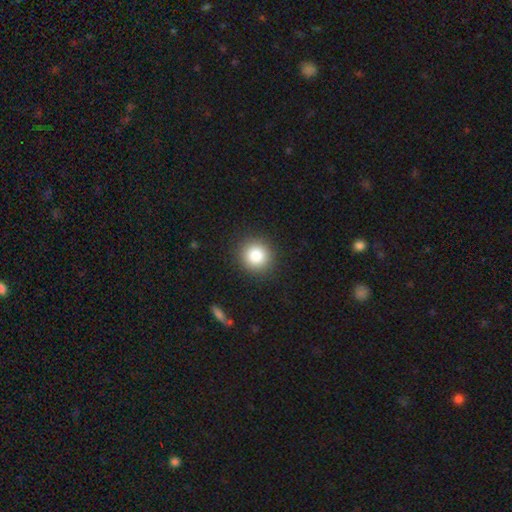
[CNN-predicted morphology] The model was most divided on "smooth or featured": smooth: 85%, star or artifact: 10%, featured or disk: 5%. More confident: how rounded — round (92%); merging — none (91%).